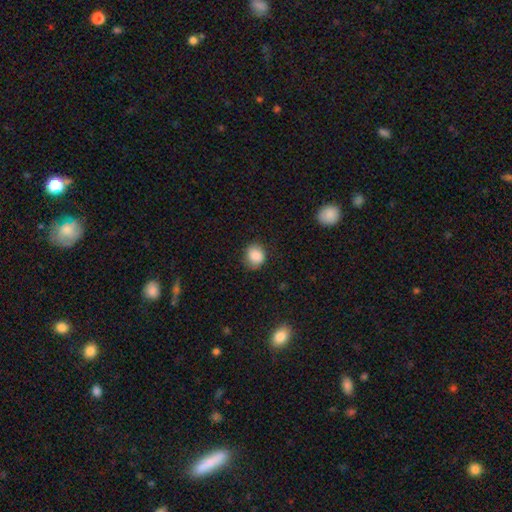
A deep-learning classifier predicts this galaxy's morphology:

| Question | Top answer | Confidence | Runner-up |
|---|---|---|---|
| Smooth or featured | smooth | 87% | star or artifact (9%) |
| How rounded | round | 75% | in between (24%) |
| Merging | none | 79% | minor disturbance (16%) |